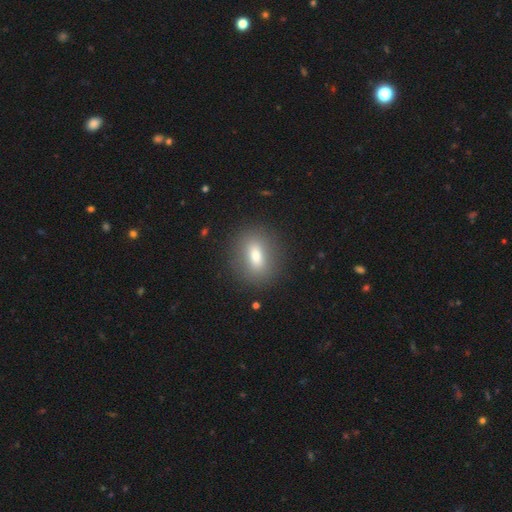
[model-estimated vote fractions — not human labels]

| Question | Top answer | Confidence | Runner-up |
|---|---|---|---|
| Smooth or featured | smooth | 71% | featured or disk (19%) |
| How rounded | in between | 62% | round (31%) |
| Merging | none | 87% | minor disturbance (8%) |